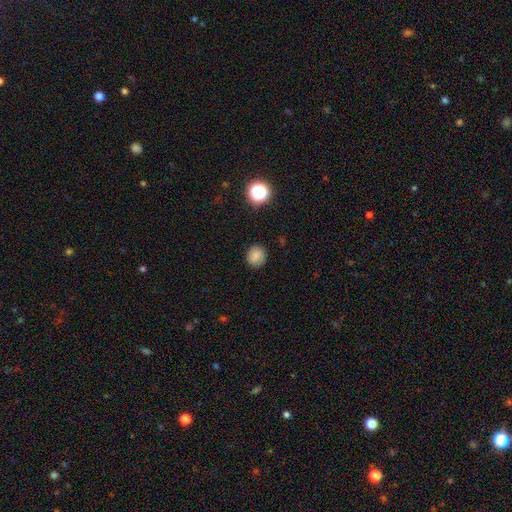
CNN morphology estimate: Smooth or featured?
  - smooth: 81% *
  - star or artifact: 13%
  - featured or disk: 6%
How rounded?
  - round: 86% *
  - in between: 13%
  - cigar-shaped: 1%
Merging?
  - none: 88% *
  - minor disturbance: 8%
  - major disturbance: 3%
  - merger: 1%